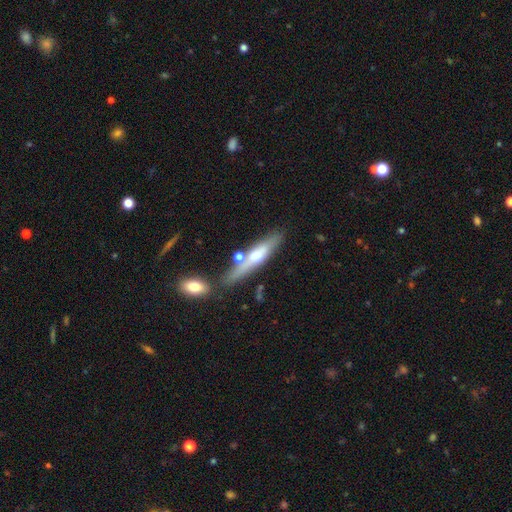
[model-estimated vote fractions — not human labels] Q: Smooth or featured?
A: featured or disk (54%); runner-up: smooth (38%)
Q: Edge-on disk?
A: yes (87%); runner-up: no (13%)
Q: Merging?
A: none (67%); runner-up: minor disturbance (15%)